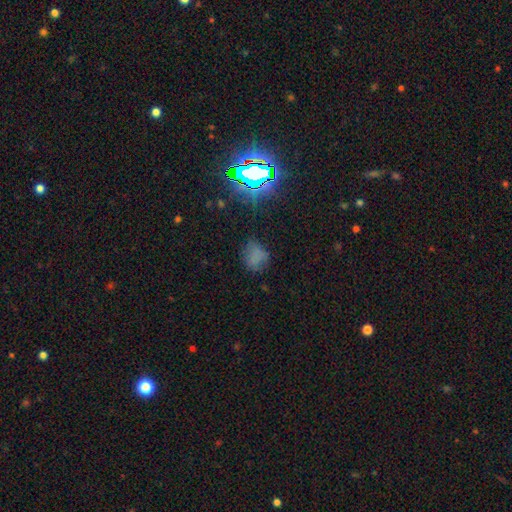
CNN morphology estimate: This appears to be a smooth galaxy with no disk features (57%) that is round (49%, tied with in between). Merging: none (59%).